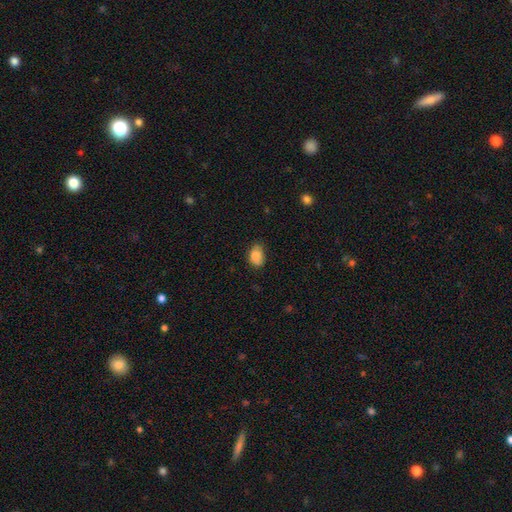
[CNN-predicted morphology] Overall: smooth (84%). How rounded: in between (75%). Merging: none (71%).